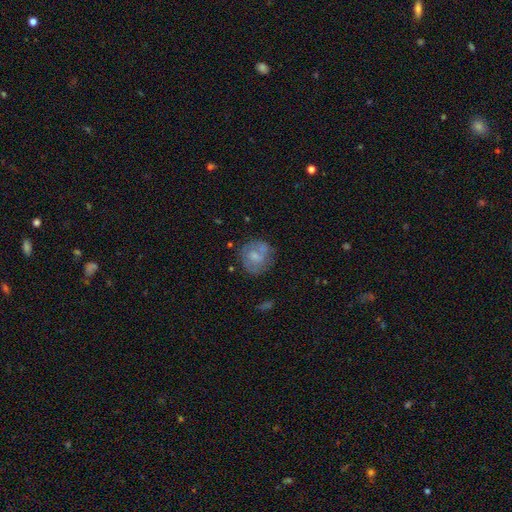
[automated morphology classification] The model was most divided on "smooth or featured": smooth: 51%, featured or disk: 40%, star or artifact: 8%. More confident: how rounded — round (80%); merging — none (58%).